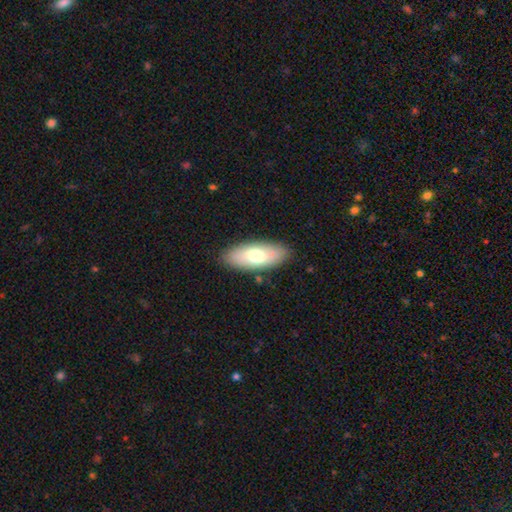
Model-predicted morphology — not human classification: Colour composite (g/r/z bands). It shows a smooth galaxy with no disk features (66%) that is in between round and cigar-shaped (84%). Merging: none (86%).